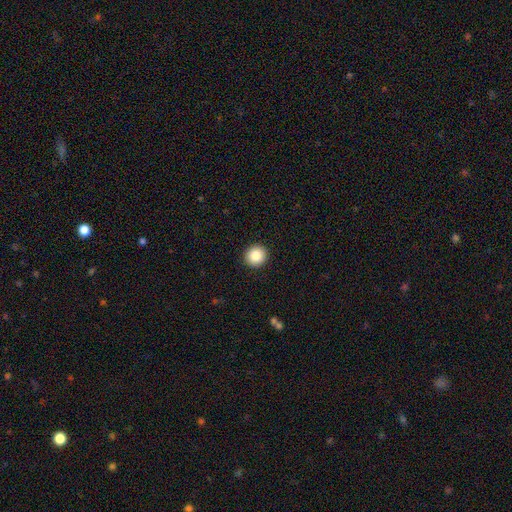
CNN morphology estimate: A smooth galaxy with no disk features (86%) that is round (93%).

Vote fractions:
- Smooth or featured? smooth: 86% / star or artifact: 9% / featured or disk: 6%
- How rounded? round: 93% / in between: 6% / cigar-shaped: 1%
- Merging? none: 93% / minor disturbance: 4% / major disturbance: 2% / merger: 1%